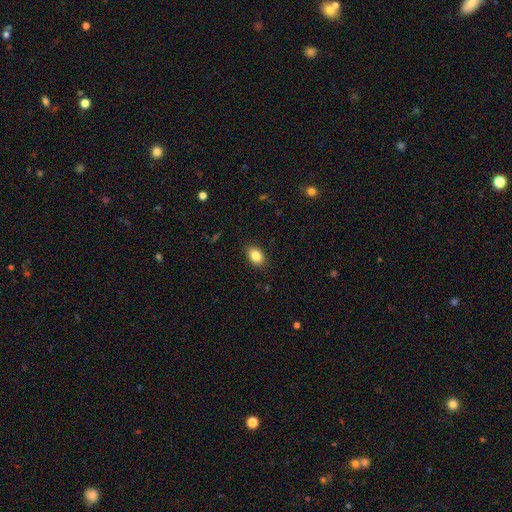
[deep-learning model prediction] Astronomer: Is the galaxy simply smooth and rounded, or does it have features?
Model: smooth — 86%.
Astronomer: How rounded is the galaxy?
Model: in between — 82%.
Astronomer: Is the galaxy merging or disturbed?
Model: none — 88%.